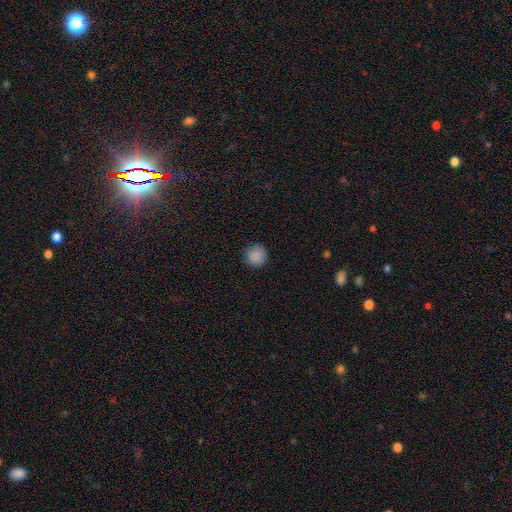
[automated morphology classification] Q: Smooth or featured?
A: smooth (88%); runner-up: star or artifact (9%)
Q: How rounded?
A: round (95%); runner-up: in between (4%)
Q: Merging?
A: none (90%); runner-up: minor disturbance (7%)